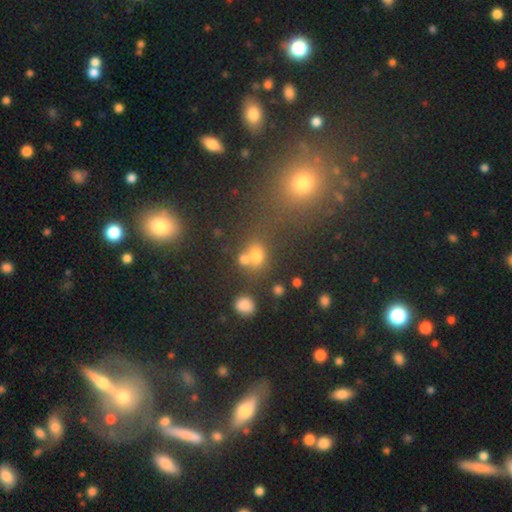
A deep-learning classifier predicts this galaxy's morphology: Q: Smooth or featured?
A: smooth (68%); runner-up: star or artifact (20%)
Q: How rounded?
A: round (65%); runner-up: in between (34%)
Q: Merging?
A: none (46%); runner-up: merger (39%)